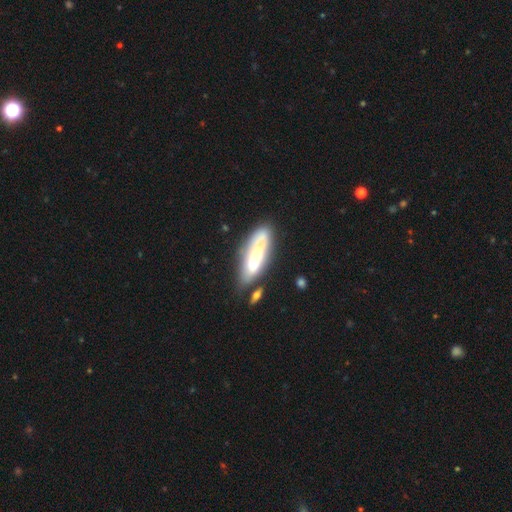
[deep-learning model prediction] Smooth or featured?
  - featured or disk: 50% *
  - smooth: 43%
  - star or artifact: 7%
Merging?
  - none: 56% *
  - minor disturbance: 22%
  - merger: 13%
  - major disturbance: 9%